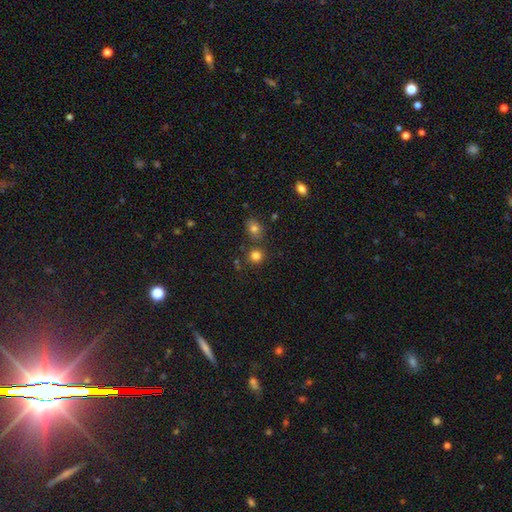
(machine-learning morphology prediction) smooth_or_featured: smooth (p=0.80) [alt: star or artifact p=0.15]
how_rounded: round (p=0.88) [alt: in between p=0.11]
merging: none (p=0.74) [alt: merger p=0.14]